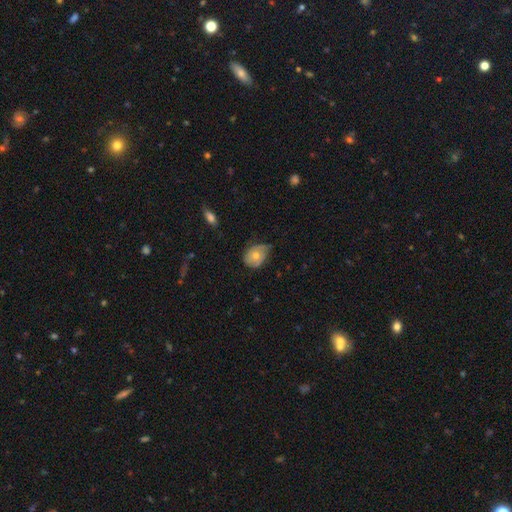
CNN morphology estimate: Smooth or featured?
  - smooth: 61% *
  - featured or disk: 32%
  - star or artifact: 7%
How rounded?
  - in between: 60% *
  - round: 39%
  - cigar-shaped: 1%
Merging?
  - none: 46% *
  - minor disturbance: 43%
  - major disturbance: 10%
  - merger: 2%